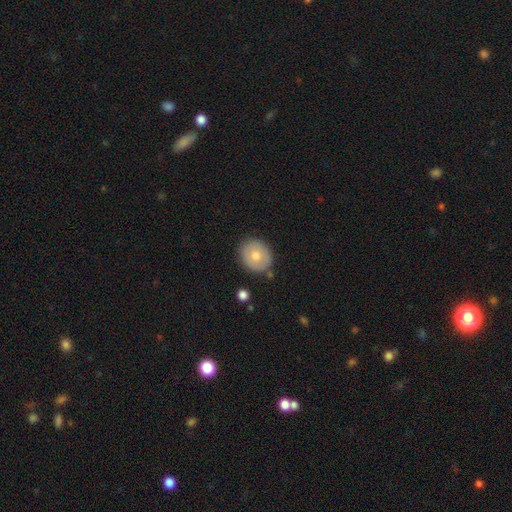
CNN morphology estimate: Q: Smooth or featured?
A: smooth (69%); runner-up: featured or disk (24%)
Q: How rounded?
A: round (76%); runner-up: in between (23%)
Q: Merging?
A: none (83%); runner-up: minor disturbance (11%)